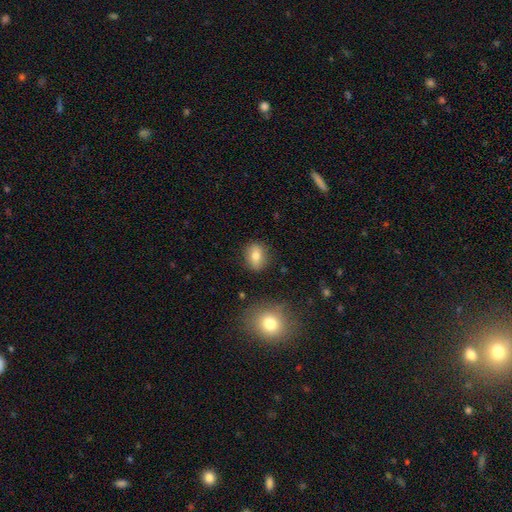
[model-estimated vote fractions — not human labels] Smooth or featured? Predicted: smooth (p=0.76). How rounded? Predicted: in between (p=0.63). Merging? Predicted: none (p=0.84).